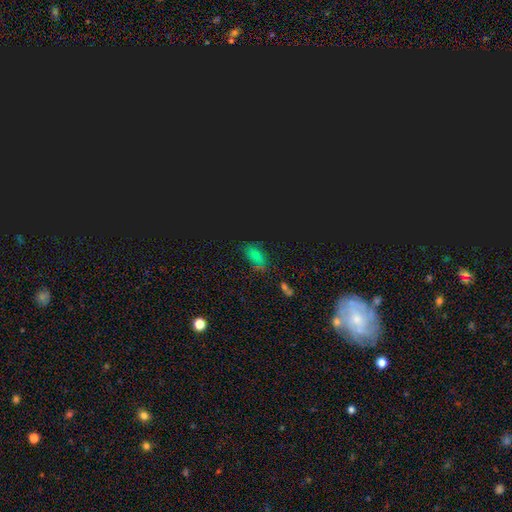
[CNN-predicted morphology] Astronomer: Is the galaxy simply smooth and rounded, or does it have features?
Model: smooth — 48% (runner-up: star or artifact, 43%).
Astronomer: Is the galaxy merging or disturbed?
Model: none — 65%.